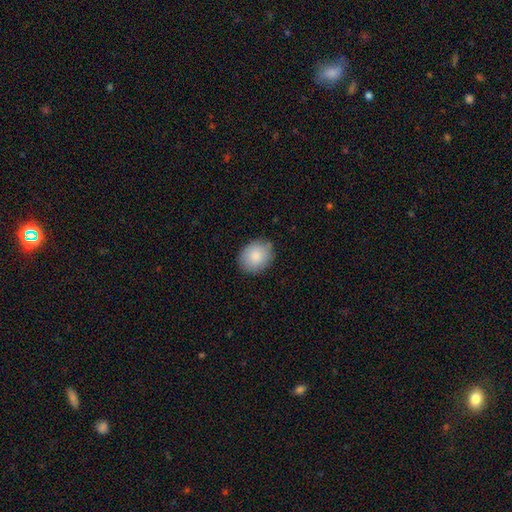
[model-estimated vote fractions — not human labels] Smooth or featured? smooth (85%)
How rounded? round (50%)
Merging? none (82%)